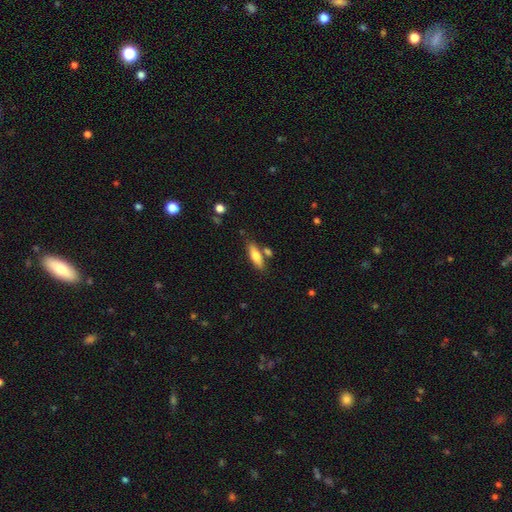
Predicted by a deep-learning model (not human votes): Overall: smooth (73%). How rounded: in between (50%; cigar-shaped 48%). Merging: none (73%).